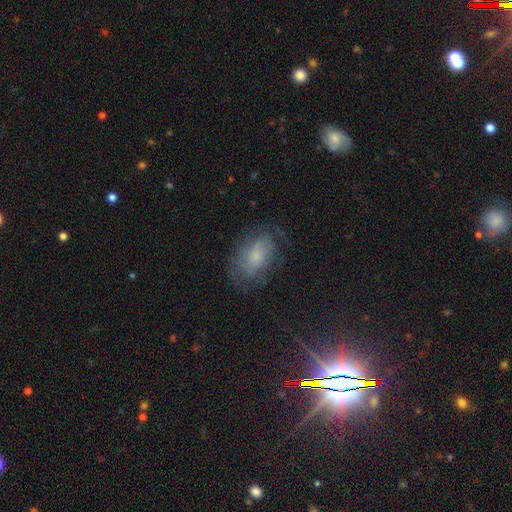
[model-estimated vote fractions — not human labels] This is marginally a smooth galaxy (44%). Merging: likely none (62%).